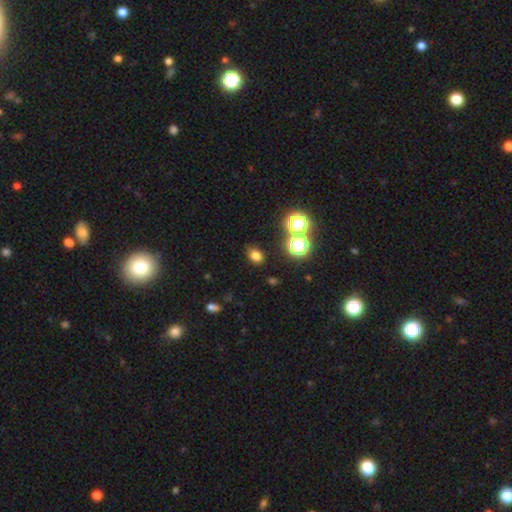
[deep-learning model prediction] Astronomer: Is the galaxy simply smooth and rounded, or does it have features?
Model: smooth — 74%.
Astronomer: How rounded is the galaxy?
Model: in between — 55% (runner-up: round, 44%).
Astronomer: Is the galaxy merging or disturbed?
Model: none — 82%.